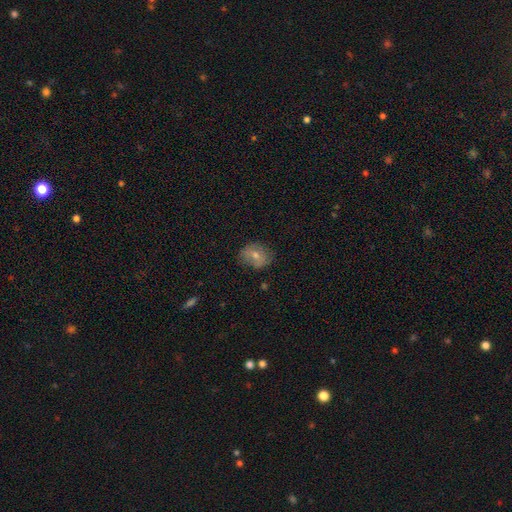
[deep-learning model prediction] The model was most divided on "how rounded": round: 57%, in between: 42%, cigar-shaped: 1%. More confident: merging — none (71%); smooth or featured — smooth (66%).